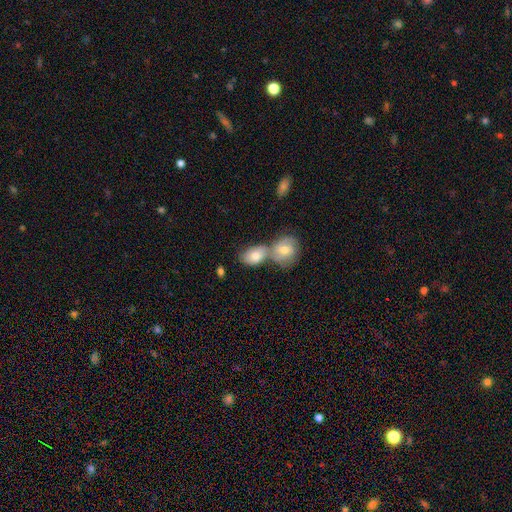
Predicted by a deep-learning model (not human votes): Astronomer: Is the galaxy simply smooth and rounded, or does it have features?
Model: smooth — 75%.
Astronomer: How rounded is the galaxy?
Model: in between — 74%.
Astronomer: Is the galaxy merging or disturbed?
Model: merger — 57%.